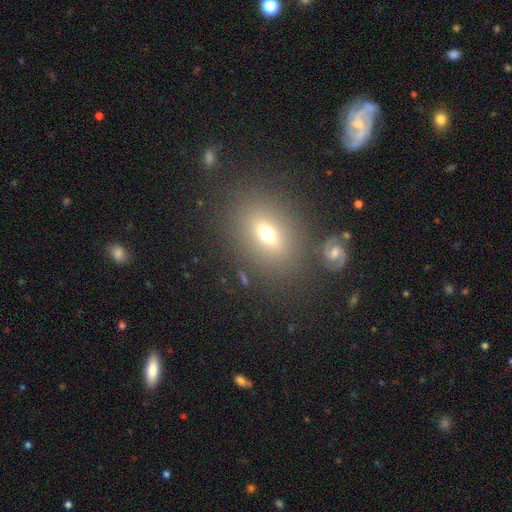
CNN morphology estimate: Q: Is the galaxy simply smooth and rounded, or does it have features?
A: smooth — 60%.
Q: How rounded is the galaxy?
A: in between — 66%.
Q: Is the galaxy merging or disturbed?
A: none — 83%.